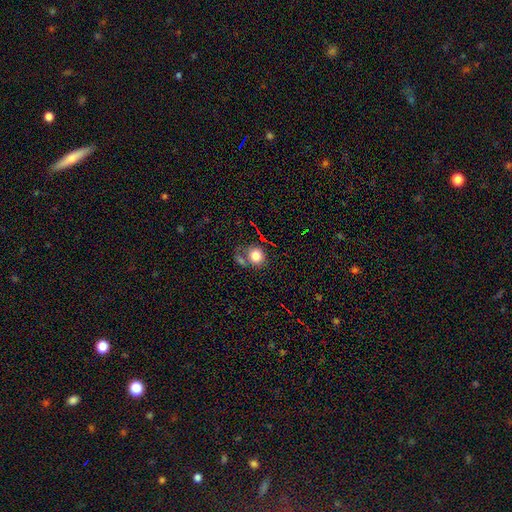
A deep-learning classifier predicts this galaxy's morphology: smooth 80%, featured or disk 10%, star or artifact 10%. Down the decision tree: how rounded — round (76%); merging — none (58%).